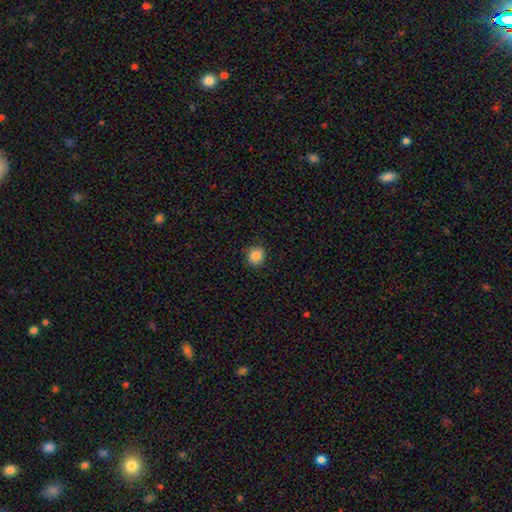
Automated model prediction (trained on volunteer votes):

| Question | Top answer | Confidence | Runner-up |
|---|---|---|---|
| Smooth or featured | smooth | 87% | star or artifact (10%) |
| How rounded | round | 88% | in between (11%) |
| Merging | none | 89% | minor disturbance (8%) |